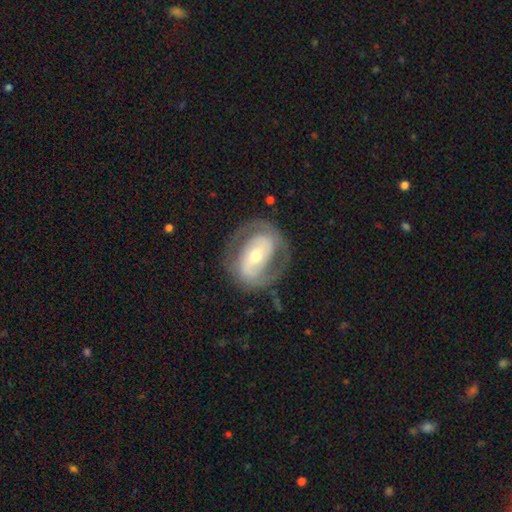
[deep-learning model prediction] Smooth or featured? featured or disk (77%)
Edge-on disk? no (95%)
Bar? strong (38%)
Spiral arms? yes (74%)
Spiral winding? tight (43%)
Spiral arm count? 2 (78%)
Bulge size? moderate (56%)
Merging? none (73%)